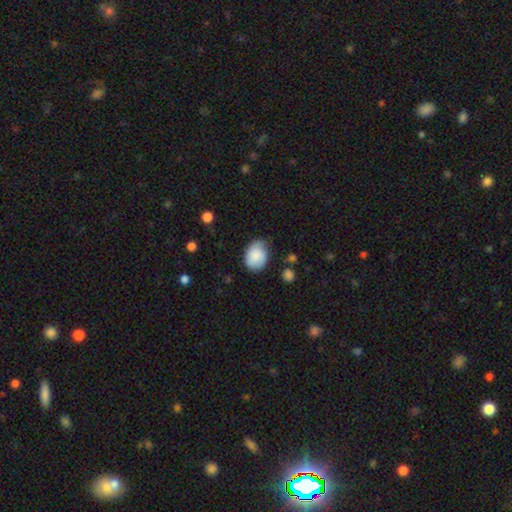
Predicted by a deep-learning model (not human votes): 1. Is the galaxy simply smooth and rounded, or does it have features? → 80% smooth, 13% featured or disk, 7% star or artifact.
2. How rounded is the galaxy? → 63% in between, 36% round, 1% cigar-shaped.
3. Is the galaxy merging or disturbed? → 57% none, 33% minor disturbance, 7% major disturbance, 2% merger.